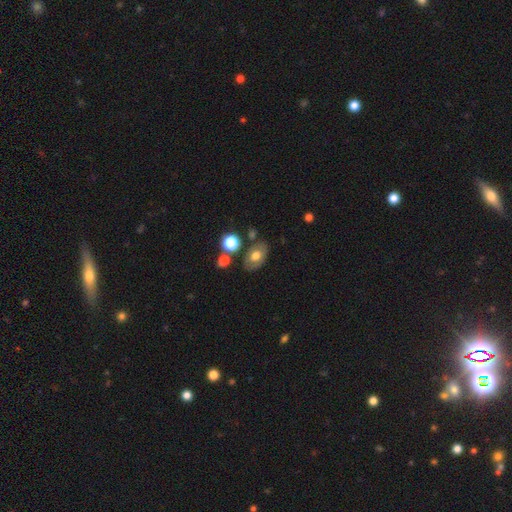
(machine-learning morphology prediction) smooth 61%, featured or disk 31%, star or artifact 8%. Down the decision tree: how rounded — in between (85%); merging — none (75%).